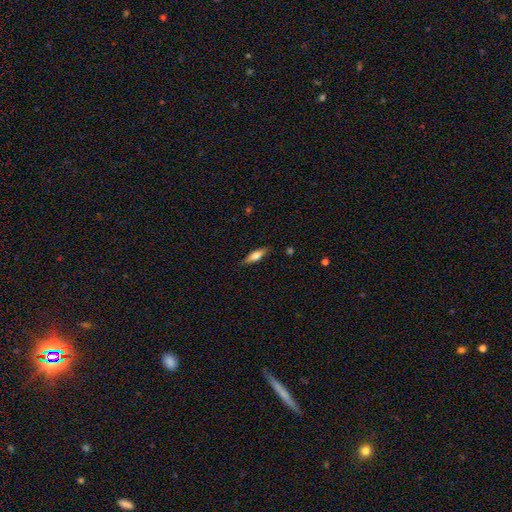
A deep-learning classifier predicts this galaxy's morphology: Smooth or featured? Predicted: smooth (p=0.62). How rounded? Predicted: cigar-shaped (p=0.50). Merging? Predicted: none (p=0.82).